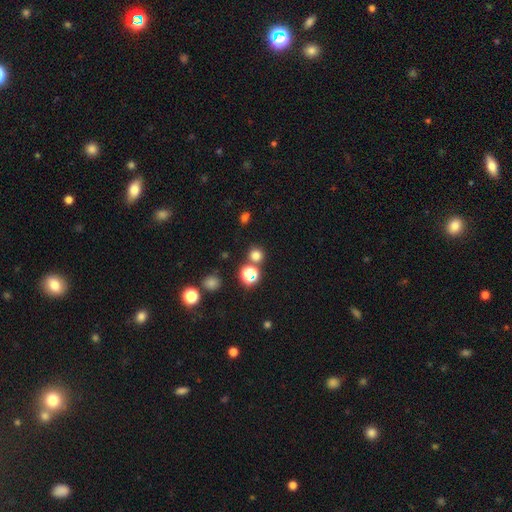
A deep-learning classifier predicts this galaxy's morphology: smooth_or_featured: smooth (p=0.72) [alt: star or artifact p=0.23]
how_rounded: round (p=0.90) [alt: in between p=0.09]
merging: none (p=0.79) [alt: merger p=0.11]